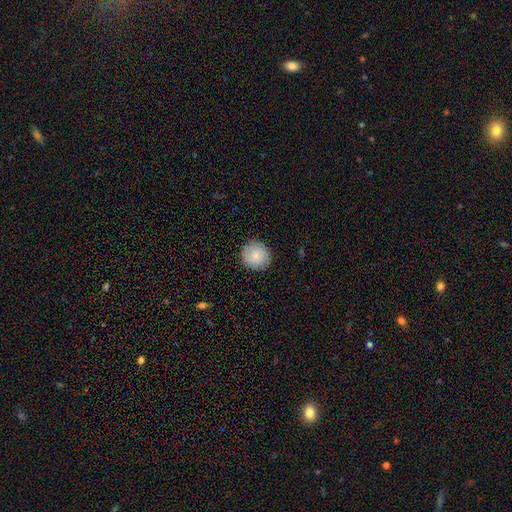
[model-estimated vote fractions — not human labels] The model was most divided on "smooth or featured": smooth: 66%, featured or disk: 26%, star or artifact: 7%. More confident: how rounded — round (90%); merging — none (86%).